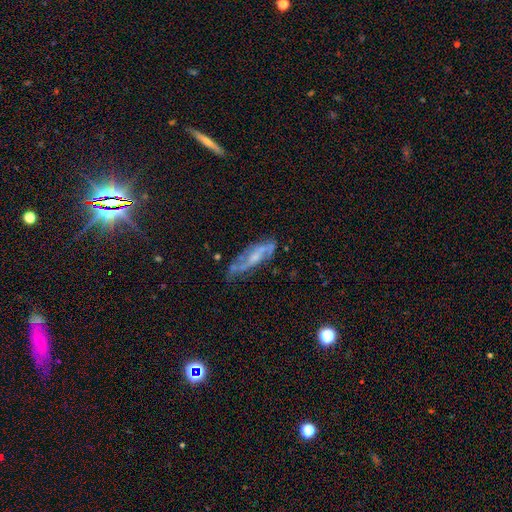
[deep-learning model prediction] A featured or disk galaxy (70%) with no bar (45%), spiral arms (79%) and a small central bulge (46%). Merging: none (60%).